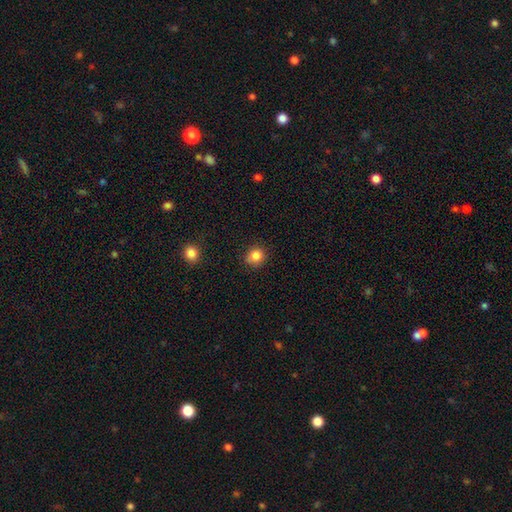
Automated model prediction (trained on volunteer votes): Q: Smooth or featured?
A: smooth (84%); runner-up: star or artifact (11%)
Q: How rounded?
A: round (81%); runner-up: in between (19%)
Q: Merging?
A: none (79%); runner-up: minor disturbance (16%)